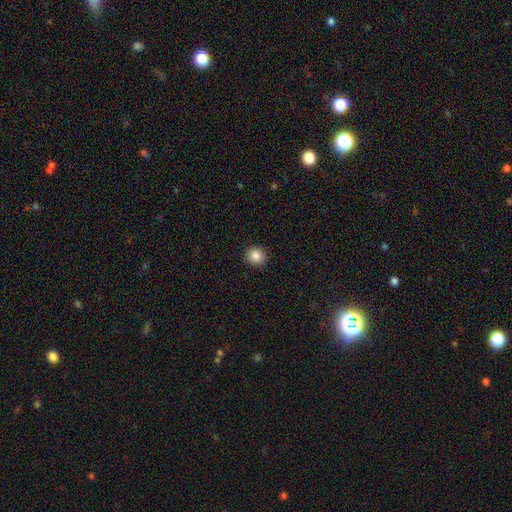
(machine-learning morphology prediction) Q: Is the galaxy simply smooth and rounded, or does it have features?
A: smooth — 86%.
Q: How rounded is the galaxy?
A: round — 84%.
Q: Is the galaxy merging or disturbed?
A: none — 92%.